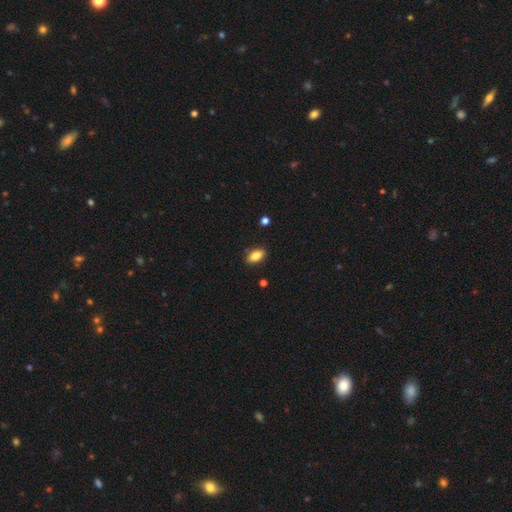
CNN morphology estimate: A smooth galaxy with no disk features (84%) that is in between round and cigar-shaped (89%).

Vote fractions:
- Smooth or featured? smooth: 84% / featured or disk: 9% / star or artifact: 8%
- How rounded? in between: 89% / cigar-shaped: 6% / round: 5%
- Merging? none: 87% / minor disturbance: 10% / major disturbance: 2% / merger: 1%